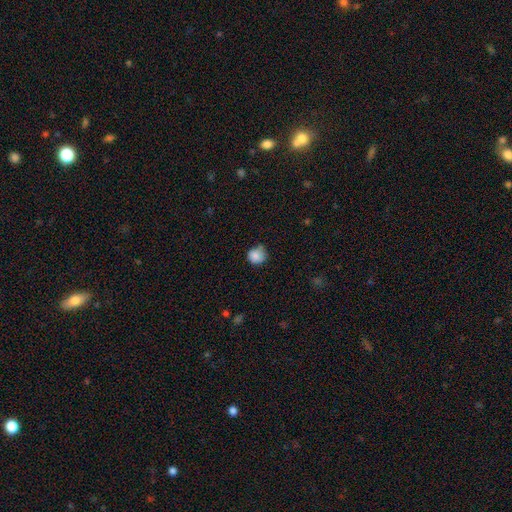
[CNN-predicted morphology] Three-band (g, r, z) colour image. It shows a smooth galaxy with no disk features (83%) that is round (85%). Merging: none (60%).